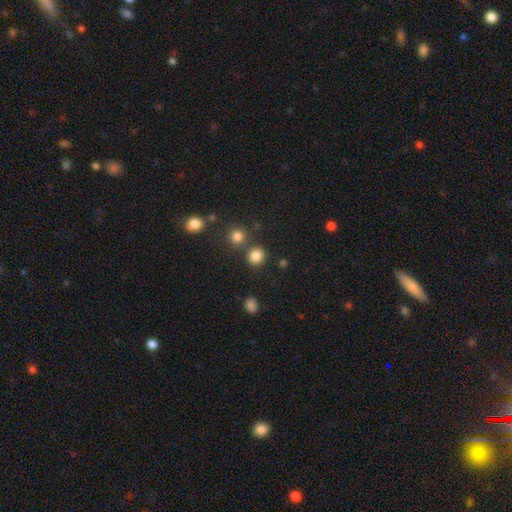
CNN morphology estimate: smooth_or_featured: smooth (p=0.82) [alt: star or artifact p=0.13]
how_rounded: round (p=0.84) [alt: in between p=0.15]
merging: none (p=0.78) [alt: merger p=0.11]